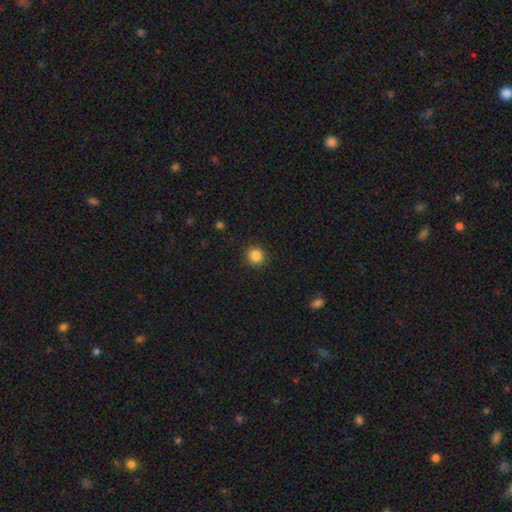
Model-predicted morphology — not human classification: Smooth or featured?
  - smooth: 86% *
  - star or artifact: 11%
  - featured or disk: 3%
How rounded?
  - round: 94% *
  - in between: 5%
  - cigar-shaped: 1%
Merging?
  - none: 92% *
  - minor disturbance: 5%
  - major disturbance: 2%
  - merger: 1%